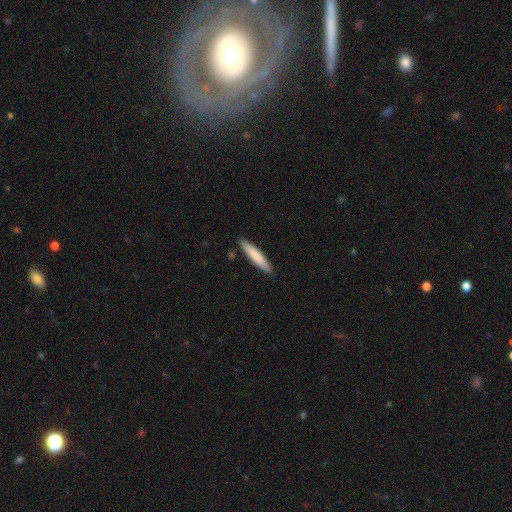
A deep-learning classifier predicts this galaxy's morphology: This appears to be a smooth galaxy with no disk features (80%) that is cigar-shaped (90%). Merging: none (89%).